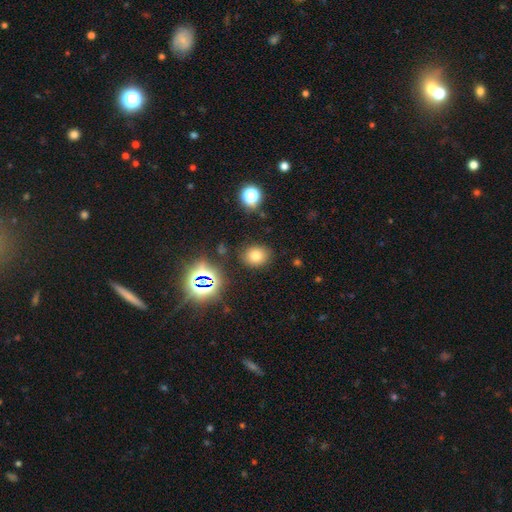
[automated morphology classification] Q: Smooth or featured?
A: smooth (72%); runner-up: star or artifact (19%)
Q: How rounded?
A: round (65%); runner-up: in between (34%)
Q: Merging?
A: none (85%); runner-up: minor disturbance (9%)